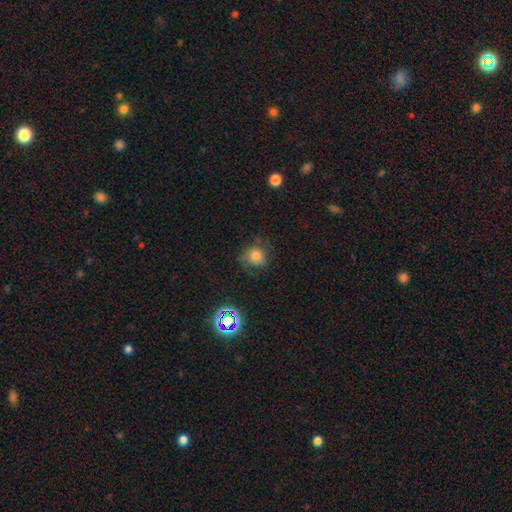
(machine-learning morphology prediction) smooth 70%, featured or disk 16%, star or artifact 15%. Down the decision tree: how rounded — round (82%); merging — none (61%).